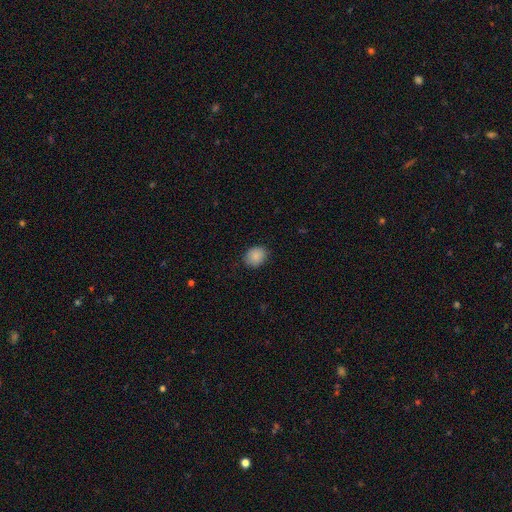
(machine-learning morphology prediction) Smooth or featured: smooth — 88% (star or artifact — 8%)
How rounded: round — 56% (in between — 43%)
Merging: none — 86% (minor disturbance — 11%)